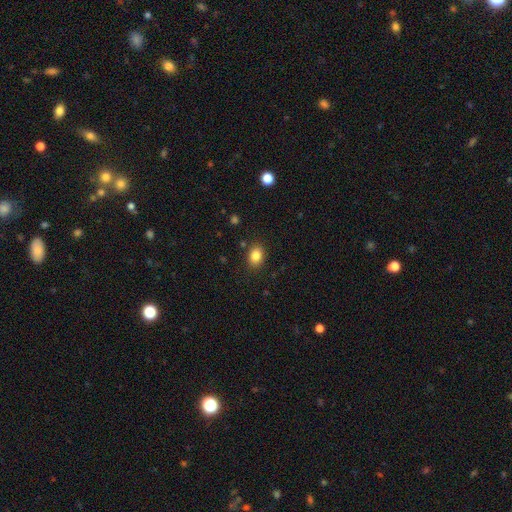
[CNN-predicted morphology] Smooth or featured: smooth — 84% (star or artifact — 10%)
How rounded: in between — 60% (round — 39%)
Merging: none — 86% (minor disturbance — 9%)